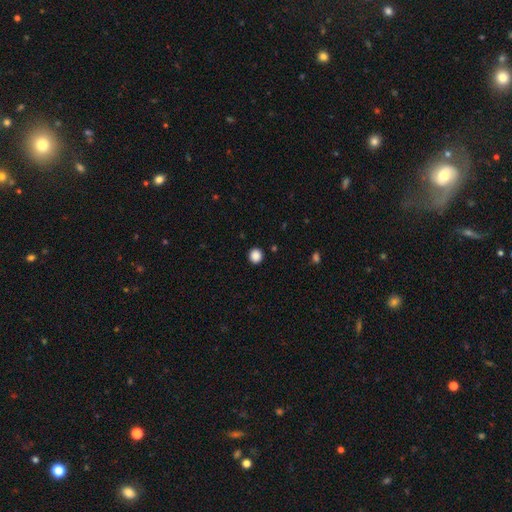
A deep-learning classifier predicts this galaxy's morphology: smooth_or_featured: smooth (p=0.88) [alt: star or artifact p=0.10]
how_rounded: round (p=0.91) [alt: in between p=0.08]
merging: none (p=0.92) [alt: minor disturbance p=0.05]